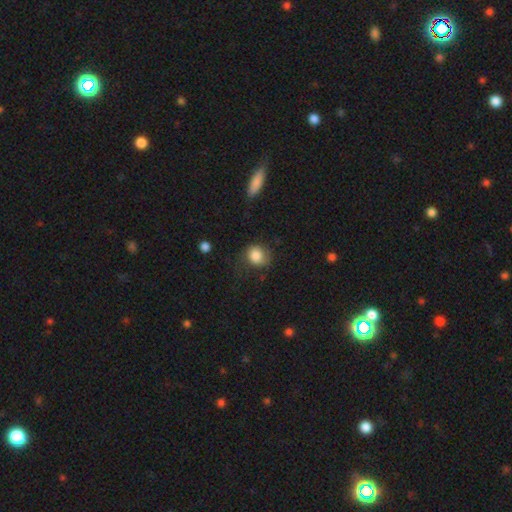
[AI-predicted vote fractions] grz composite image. It shows a smooth galaxy with no disk features (83%) that is round (75%). Merging: none (61%).